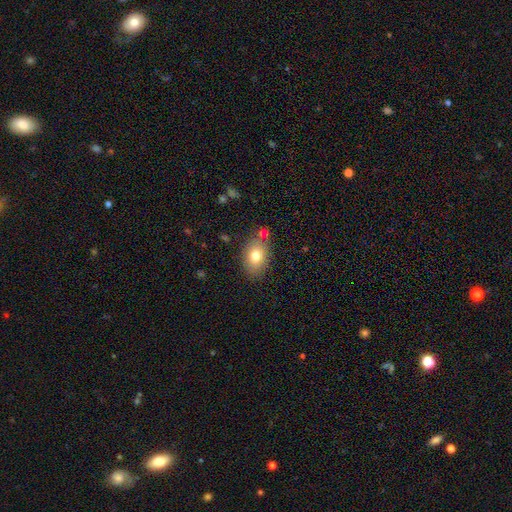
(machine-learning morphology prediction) Smooth or featured: smooth — 78% (featured or disk — 13%)
How rounded: in between — 82% (round — 17%)
Merging: none — 75% (minor disturbance — 14%)